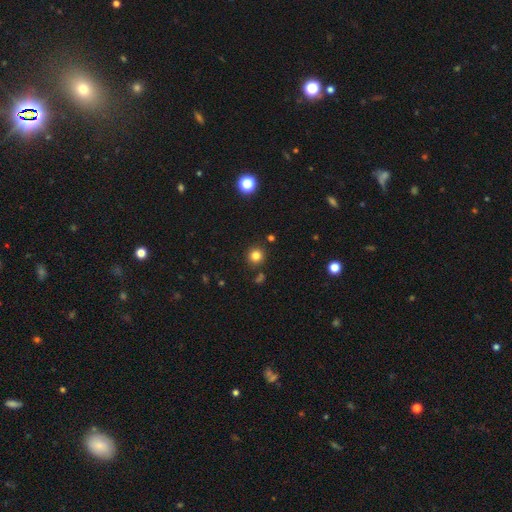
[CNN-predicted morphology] Smooth or featured? Predicted: smooth (p=0.81). How rounded? Predicted: round (p=0.94). Merging? Predicted: none (p=0.88).